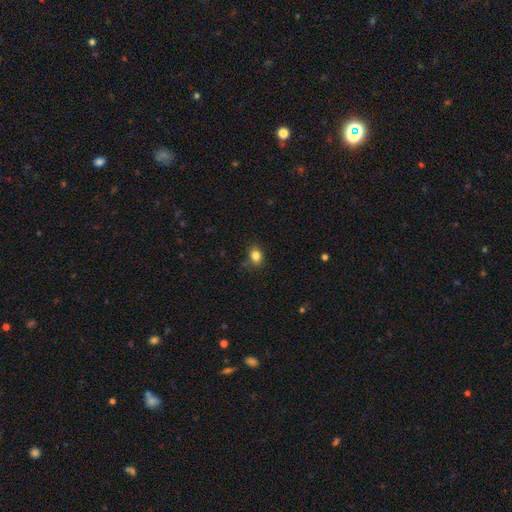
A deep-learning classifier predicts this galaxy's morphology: smooth_or_featured: smooth (p=0.84) [alt: star or artifact p=0.11]
how_rounded: in between (p=0.63) [alt: round p=0.36]
merging: none (p=0.78) [alt: minor disturbance p=0.16]